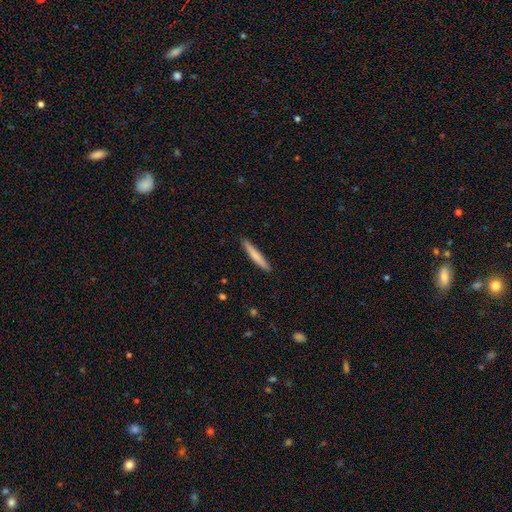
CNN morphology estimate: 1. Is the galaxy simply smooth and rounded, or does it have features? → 73% smooth, 21% featured or disk, 5% star or artifact.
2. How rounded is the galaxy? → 95% cigar-shaped, 3% in between, 1% round.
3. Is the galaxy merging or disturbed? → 91% none, 6% minor disturbance, 1% major disturbance, 1% merger.